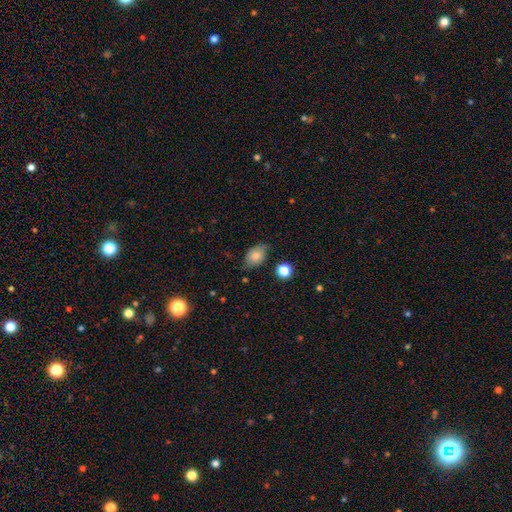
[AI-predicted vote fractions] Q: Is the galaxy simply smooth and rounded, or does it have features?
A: smooth — 77%.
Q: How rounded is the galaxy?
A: in between — 83%.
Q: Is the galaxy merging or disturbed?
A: none — 68%.